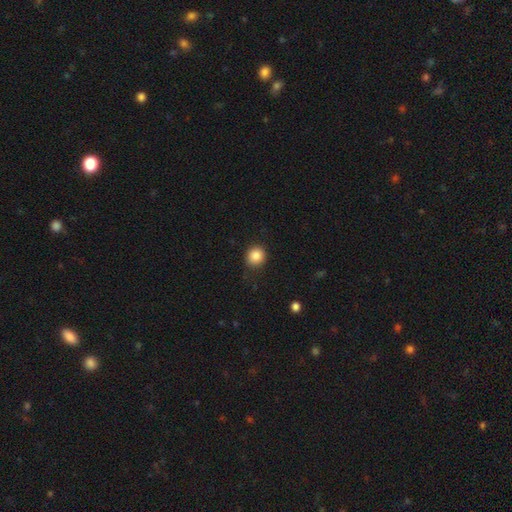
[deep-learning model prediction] Smooth or featured: smooth — 87% (star or artifact — 9%)
How rounded: round — 85% (in between — 14%)
Merging: none — 84% (minor disturbance — 12%)